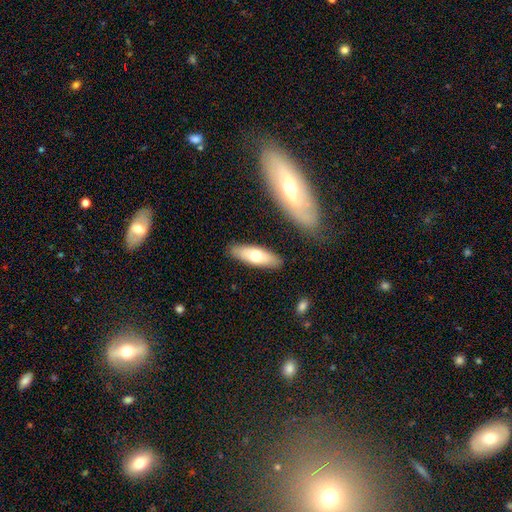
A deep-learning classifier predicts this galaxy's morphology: type=smooth (63%); roundness=in between (55%); merging=none (85%).